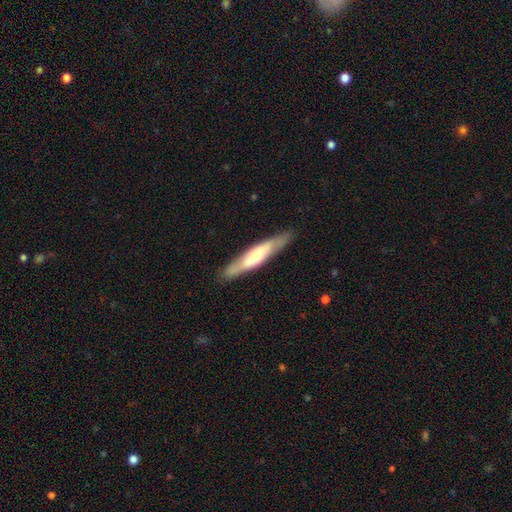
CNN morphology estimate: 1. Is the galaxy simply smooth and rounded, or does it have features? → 50% featured or disk, 45% smooth, 5% star or artifact.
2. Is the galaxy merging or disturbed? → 85% none, 11% minor disturbance, 3% major disturbance, 1% merger.